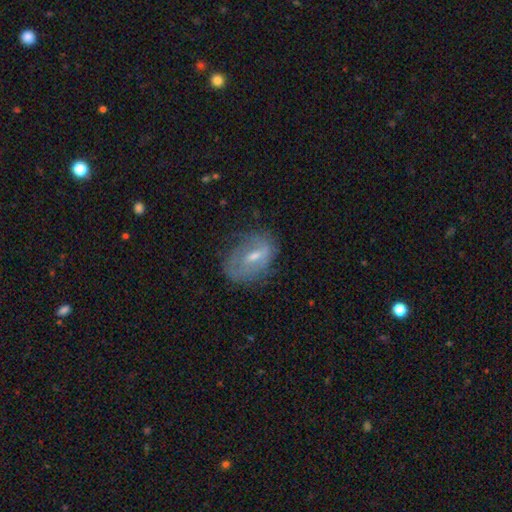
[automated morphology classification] smooth_or_featured: featured or disk (p=0.62) [alt: smooth p=0.29]
disk_edge_on: no (p=0.93) [alt: yes p=0.07]
bar: weak (p=0.50) [alt: strong p=0.26]
has_spiral_arms: yes (p=0.63) [alt: no p=0.37]
bulge_size: moderate (p=0.49) [alt: small p=0.45]
merging: none (p=0.63) [alt: minor disturbance p=0.25]